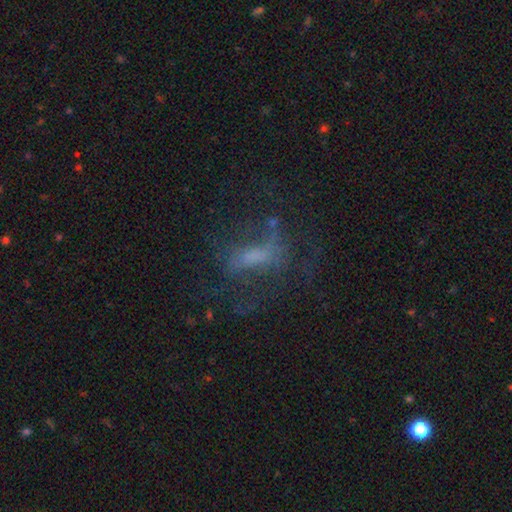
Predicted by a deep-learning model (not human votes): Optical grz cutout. It shows a featured or disk galaxy (52%). Merging: none (51%).